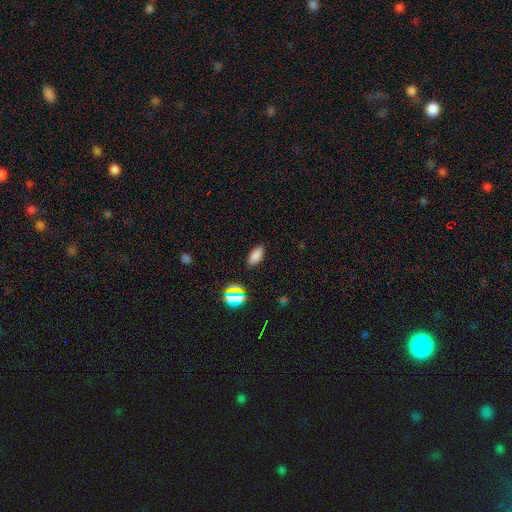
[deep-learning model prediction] Smooth or featured? smooth (80%)
How rounded? in between (82%)
Merging? none (86%)